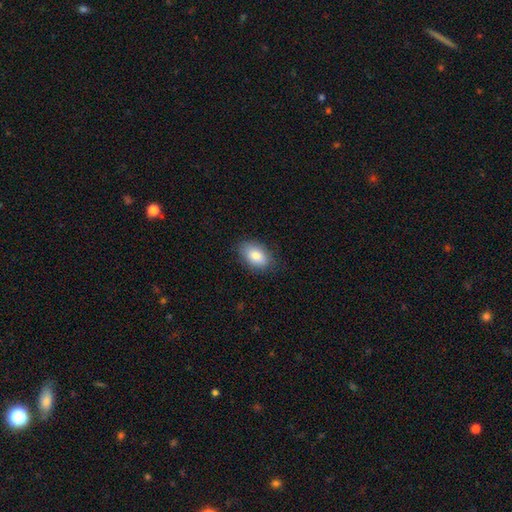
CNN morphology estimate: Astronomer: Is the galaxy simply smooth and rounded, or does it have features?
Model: smooth — 84%.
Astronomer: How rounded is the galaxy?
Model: in between — 92%.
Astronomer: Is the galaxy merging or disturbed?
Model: none — 81%.